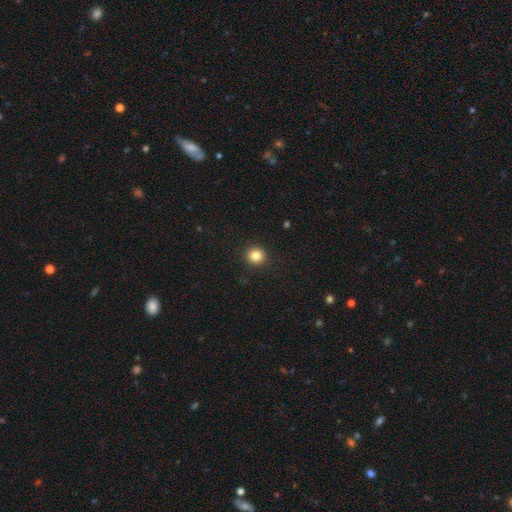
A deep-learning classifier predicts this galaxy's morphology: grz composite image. It shows a smooth galaxy with no disk features (83%) that is round (92%). Merging: none (92%).